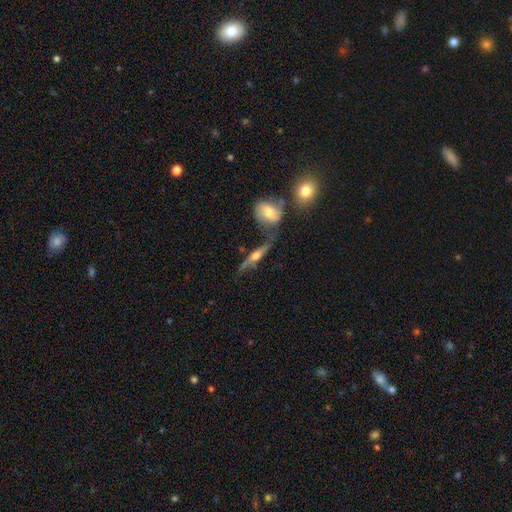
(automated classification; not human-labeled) Smooth or featured?
  - featured or disk: 67% *
  - smooth: 25%
  - star or artifact: 8%
Edge-on disk?
  - yes: 67% *
  - no: 33%
Merging?
  - none: 47% *
  - merger: 23%
  - minor disturbance: 19%
  - major disturbance: 11%